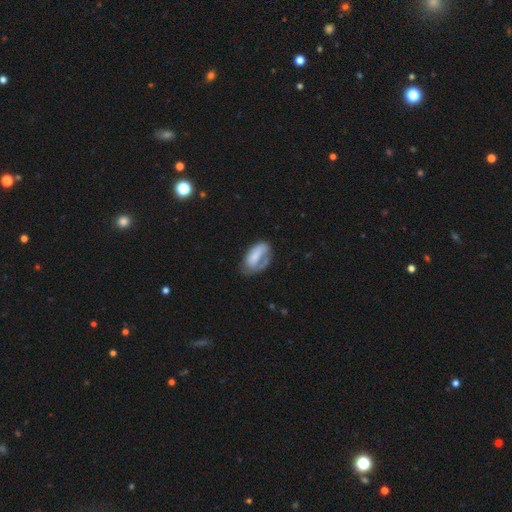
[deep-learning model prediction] smooth_or_featured: smooth (p=0.61) [alt: featured or disk p=0.32]
how_rounded: in between (p=0.91) [alt: round p=0.05]
merging: none (p=0.40) [alt: minor disturbance p=0.29]